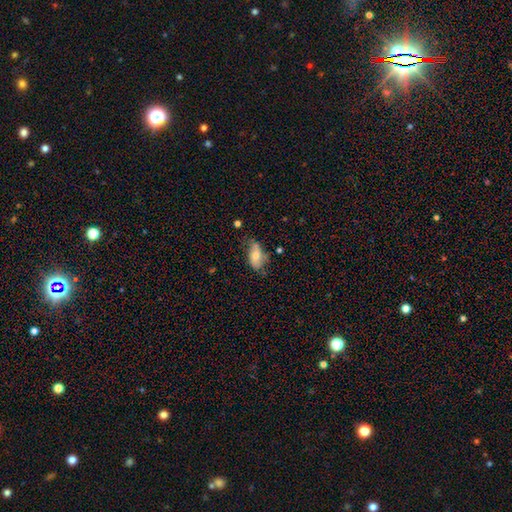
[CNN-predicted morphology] Overall: smooth (63%; featured or disk 30%). How rounded: in between (90%). Merging: none (55%; minor disturbance 32%).